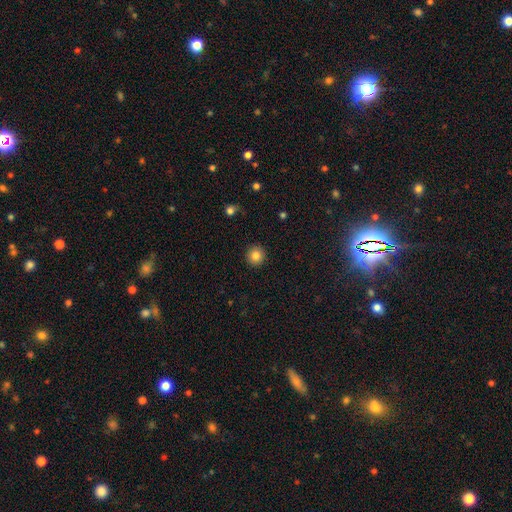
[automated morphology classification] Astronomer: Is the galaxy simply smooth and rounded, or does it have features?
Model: smooth — 85%.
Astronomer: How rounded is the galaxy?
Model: round — 94%.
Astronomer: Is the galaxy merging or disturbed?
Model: none — 92%.